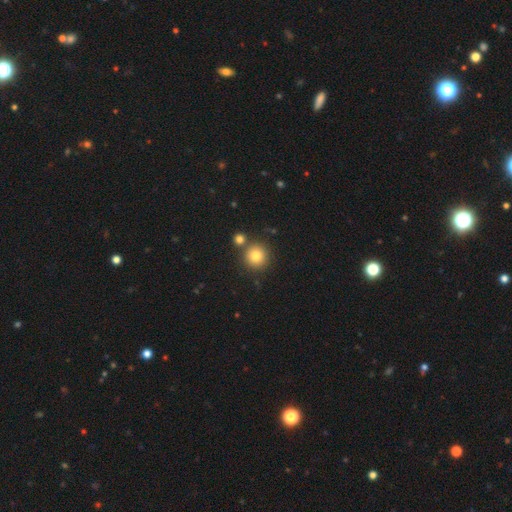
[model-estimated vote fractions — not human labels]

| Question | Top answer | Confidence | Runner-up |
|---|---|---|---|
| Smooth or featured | smooth | 80% | star or artifact (12%) |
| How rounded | round | 93% | in between (6%) |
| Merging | none | 77% | merger (14%) |